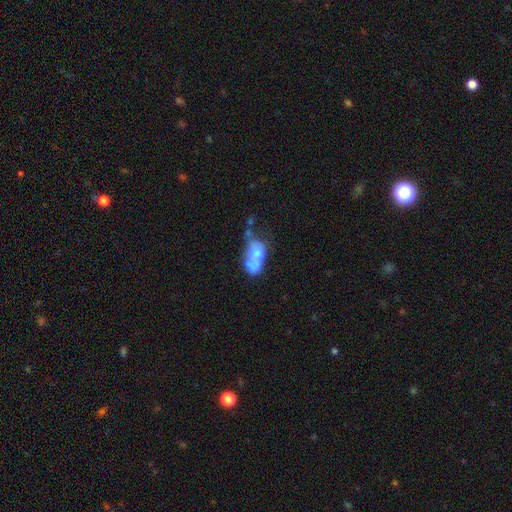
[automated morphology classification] Overall: smooth (51%; featured or disk 39%). How rounded: in between (75%). Merging: merger (58%).